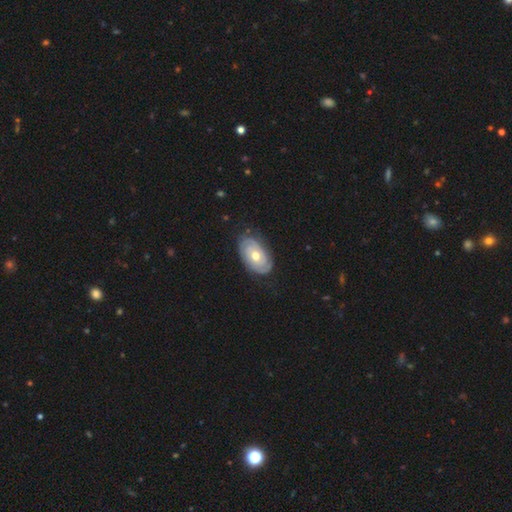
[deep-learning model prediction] Smooth or featured? featured or disk (72%)
Edge-on disk? no (94%)
Bar? no (82%)
Spiral arms? yes (81%)
Spiral winding? tight (76%)
Spiral arm count? 2 (47%)
Bulge size? moderate (78%)
Merging? none (80%)